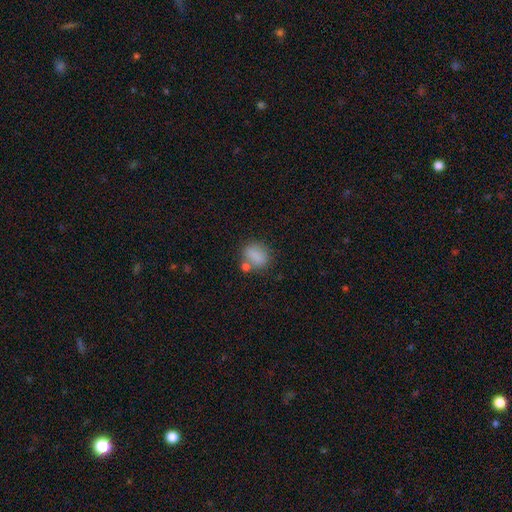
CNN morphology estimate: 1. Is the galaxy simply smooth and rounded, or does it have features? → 81% smooth, 11% star or artifact, 8% featured or disk.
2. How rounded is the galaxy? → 52% in between, 46% round, 2% cigar-shaped.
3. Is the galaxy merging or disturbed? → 60% none, 17% merger, 16% minor disturbance, 6% major disturbance.